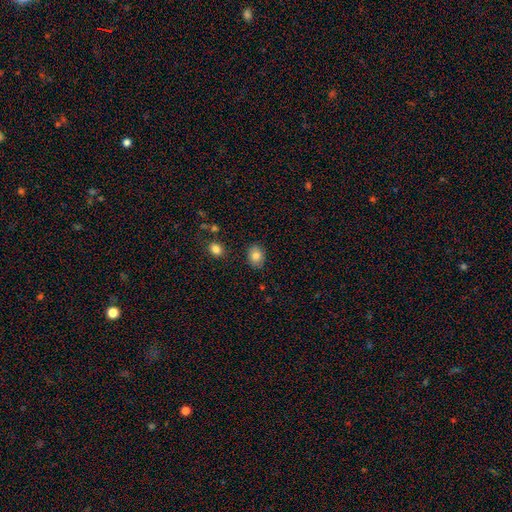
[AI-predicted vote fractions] smooth 83%, featured or disk 9%, star or artifact 9%. Down the decision tree: how rounded — in between (62%); merging — none (85%).